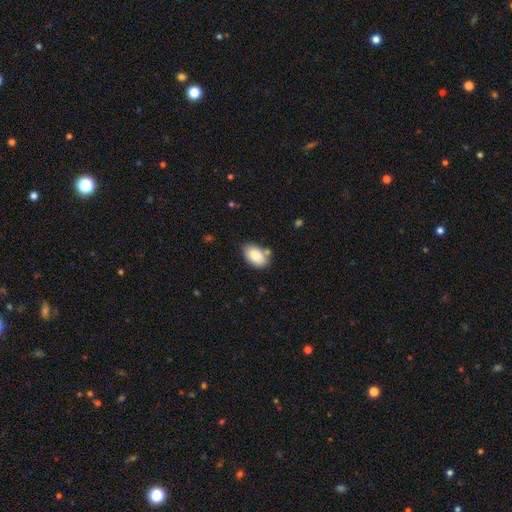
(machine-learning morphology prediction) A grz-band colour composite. It shows a smooth galaxy with no disk features (85%) that is in between round and cigar-shaped (93%). Merging: none (72%).